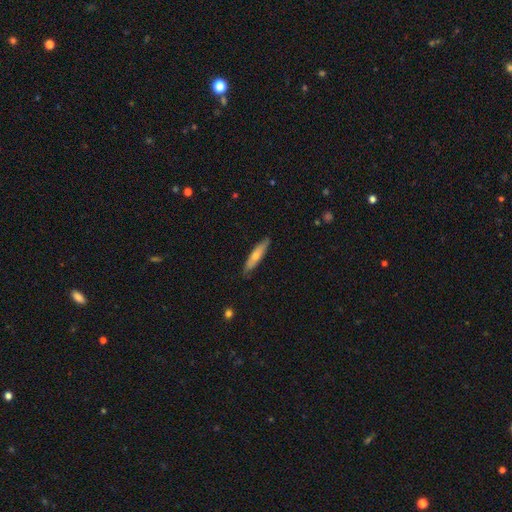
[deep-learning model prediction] smooth-or-featured: smooth: 65% | featured or disk: 30% | star or artifact: 5%
  how-rounded: cigar-shaped: 84% | in between: 15% | round: 1%
  merging: none: 86% | minor disturbance: 11% | major disturbance: 2% | merger: 1%